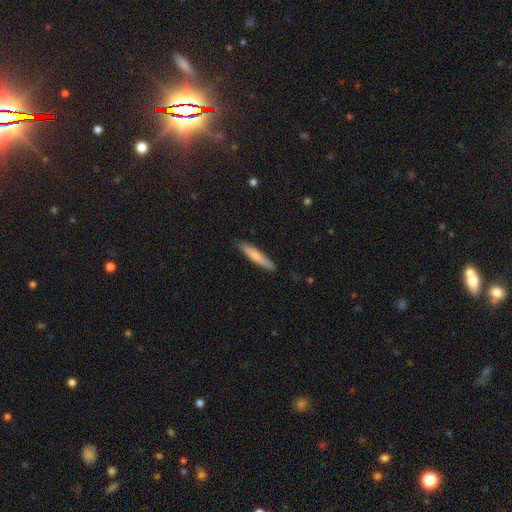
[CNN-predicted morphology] Smooth or featured? Predicted: smooth (p=0.77). How rounded? Predicted: cigar-shaped (p=0.90). Merging? Predicted: none (p=0.88).